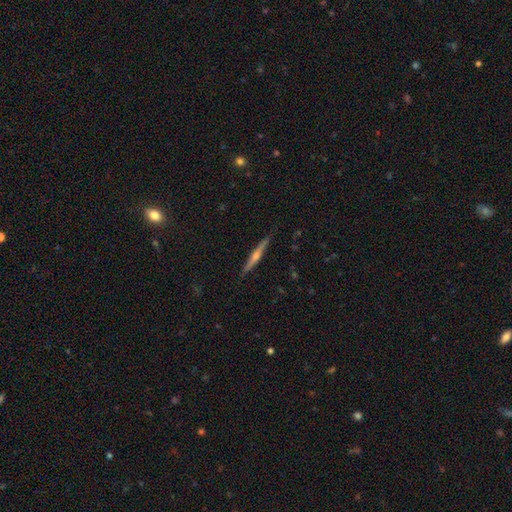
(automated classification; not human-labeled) A featured or disk galaxy (76%) viewed edge-on (98%) with a rounded central bulge (85%).

Vote fractions:
- Smooth or featured? featured or disk: 76% / smooth: 18% / star or artifact: 6%
- Edge-on disk? yes: 98% / no: 2%
- Edge-on bulge? rounded: 85% / none: 9% / boxy: 5%
- Merging? none: 90% / minor disturbance: 7% / major disturbance: 1% / merger: 1%